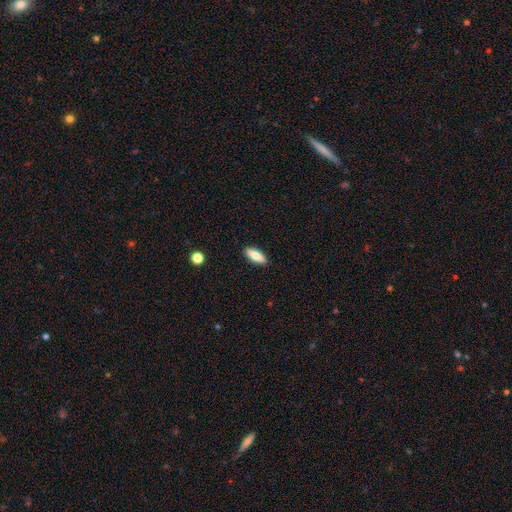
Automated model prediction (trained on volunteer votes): Smooth or featured: smooth — 75% (featured or disk — 19%)
How rounded: in between — 67% (cigar-shaped — 31%)
Merging: none — 89% (minor disturbance — 8%)